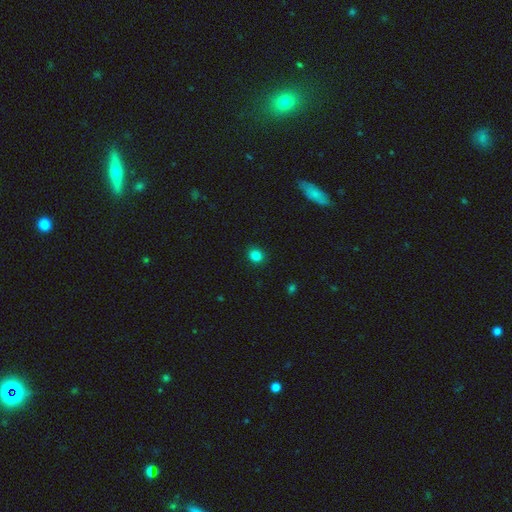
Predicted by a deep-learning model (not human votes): Smooth or featured? Predicted: smooth (p=0.84). How rounded? Predicted: round (p=0.79). Merging? Predicted: none (p=0.89).